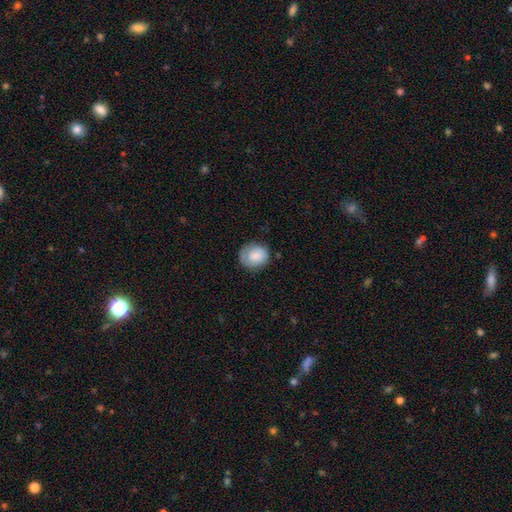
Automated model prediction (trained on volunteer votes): Overall: smooth (73%). How rounded: round (80%). Merging: none (74%).